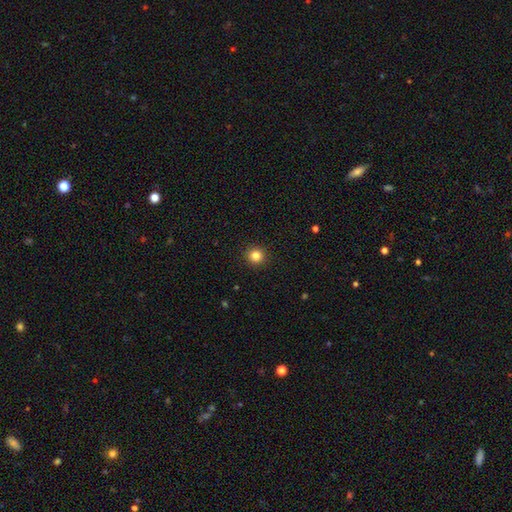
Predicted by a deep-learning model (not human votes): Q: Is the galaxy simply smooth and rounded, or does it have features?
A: smooth — 83%.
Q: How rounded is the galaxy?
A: round — 94%.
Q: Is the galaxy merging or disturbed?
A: none — 93%.